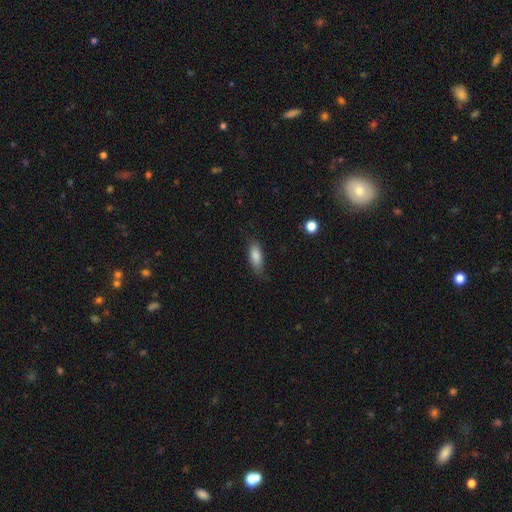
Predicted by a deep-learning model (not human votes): smooth 83%, featured or disk 10%, star or artifact 7%. Down the decision tree: how rounded — in between (70%); merging — none (76%).